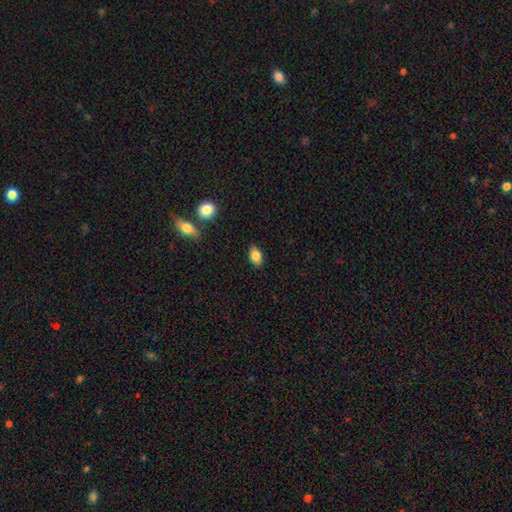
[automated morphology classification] The model was most divided on "smooth or featured": smooth: 83%, featured or disk: 9%, star or artifact: 8%. More confident: how rounded — in between (88%); merging — none (86%).